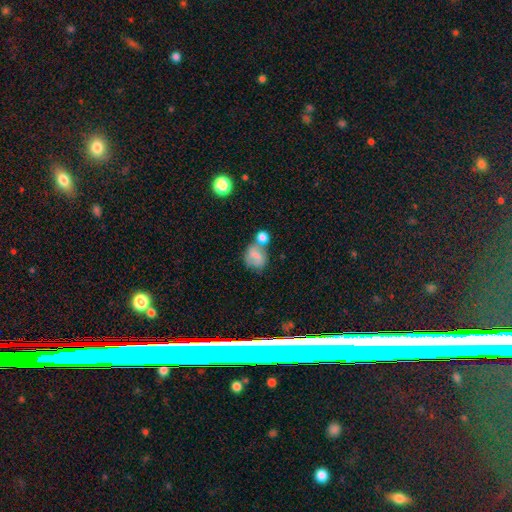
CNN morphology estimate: smooth-or-featured: smooth: 55% | featured or disk: 34% | star or artifact: 12%
  how-rounded: round: 55% | in between: 43% | cigar-shaped: 2%
  merging: none: 39% | merger: 31% | minor disturbance: 19% | major disturbance: 11%